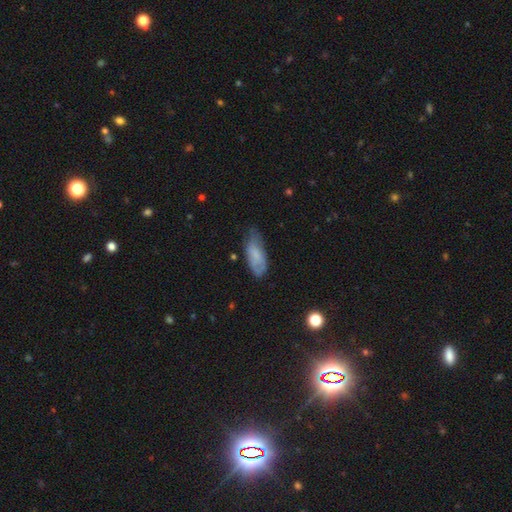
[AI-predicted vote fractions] smooth 68%, featured or disk 24%, star or artifact 7%. Down the decision tree: how rounded — in between (82%); merging — none (48%).